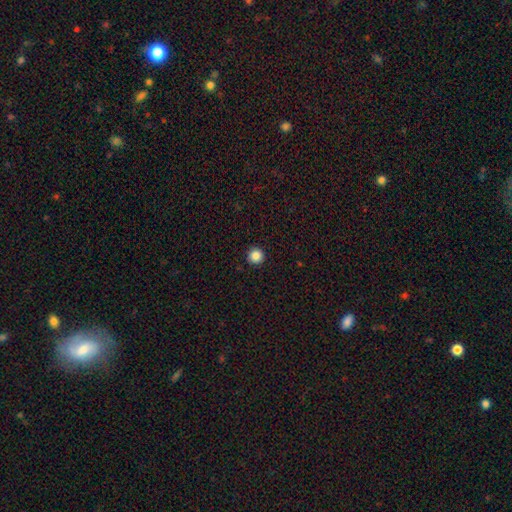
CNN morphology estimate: Smooth or featured? Predicted: smooth (p=0.85). How rounded? Predicted: round (p=0.96). Merging? Predicted: none (p=0.93).